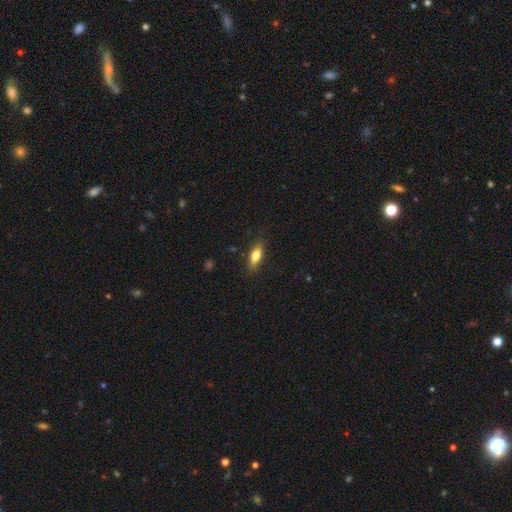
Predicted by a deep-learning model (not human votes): This is likely a smooth galaxy (73%). How rounded: likely in between (67%). Merging: clearly none (82%).